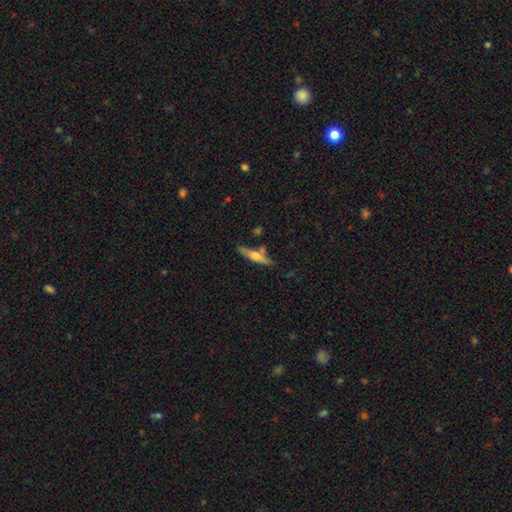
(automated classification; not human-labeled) A featured or disk galaxy (55%) viewed edge-on (95%) with a rounded central bulge (89%). Merging: none (73%).